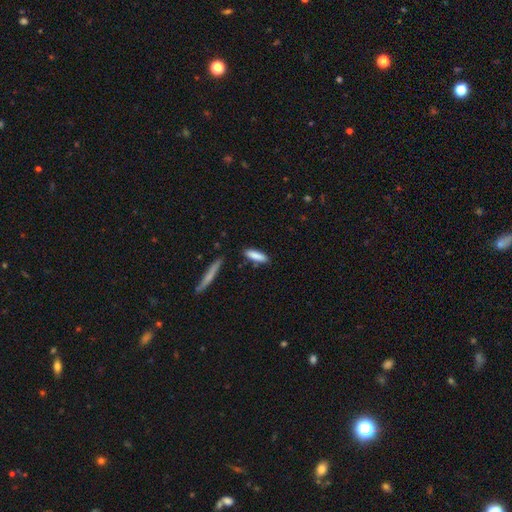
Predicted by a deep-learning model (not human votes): Smooth or featured? Predicted: smooth (p=0.85). How rounded? Predicted: cigar-shaped (p=0.65). Merging? Predicted: none (p=0.83).